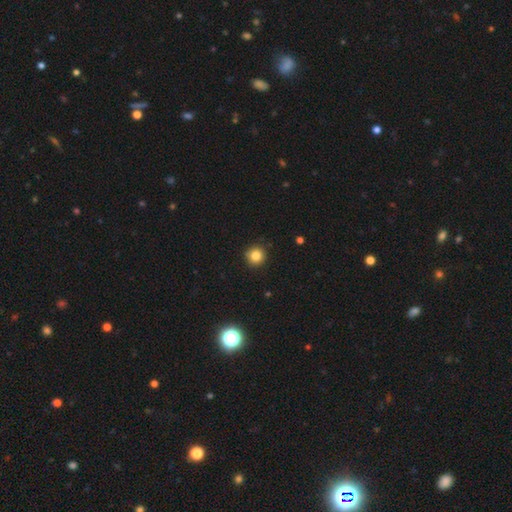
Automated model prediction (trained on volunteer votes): A smooth galaxy with no disk features (83%) that is round (94%). Merging: none (90%).